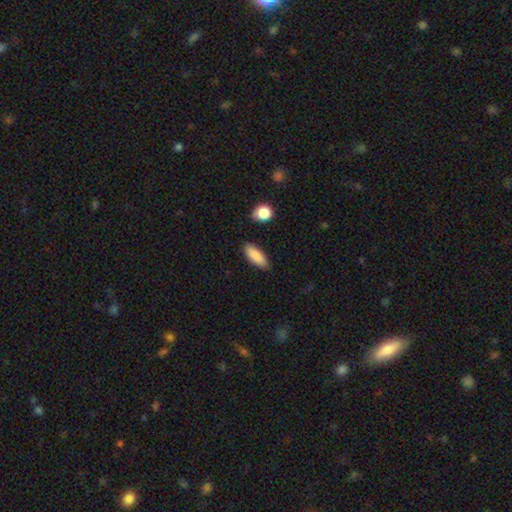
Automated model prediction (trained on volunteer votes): smooth 88%, star or artifact 7%, featured or disk 6%. Down the decision tree: how rounded — in between (73%); merging — none (81%).